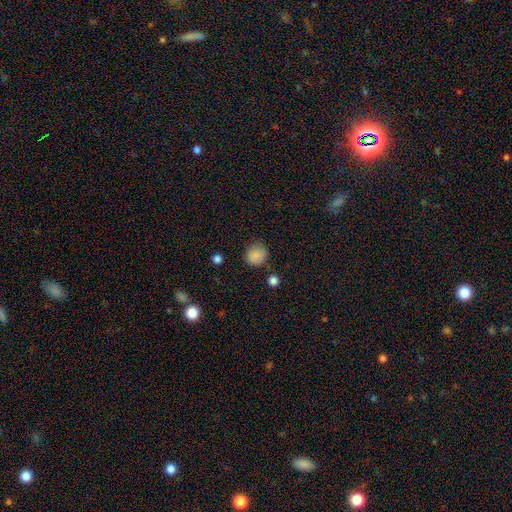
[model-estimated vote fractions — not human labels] The model was most divided on "merging": none: 79%, minor disturbance: 15%, major disturbance: 4%, merger: 3%. More confident: how rounded — round (85%); smooth or featured — smooth (84%).